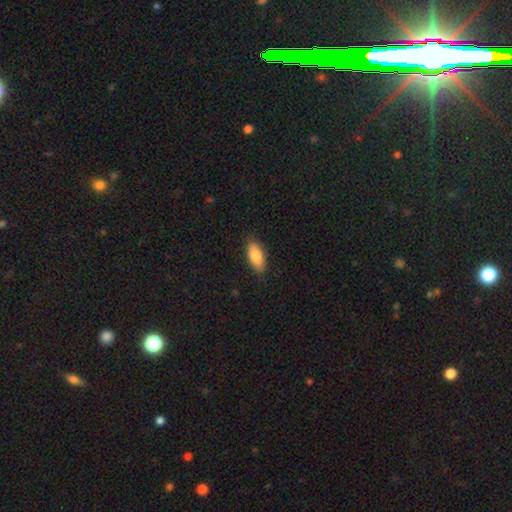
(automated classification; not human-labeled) Smooth or featured?
  - smooth: 81% *
  - featured or disk: 13%
  - star or artifact: 6%
How rounded?
  - in between: 83% *
  - cigar-shaped: 15%
  - round: 2%
Merging?
  - none: 86% *
  - minor disturbance: 11%
  - major disturbance: 2%
  - merger: 1%